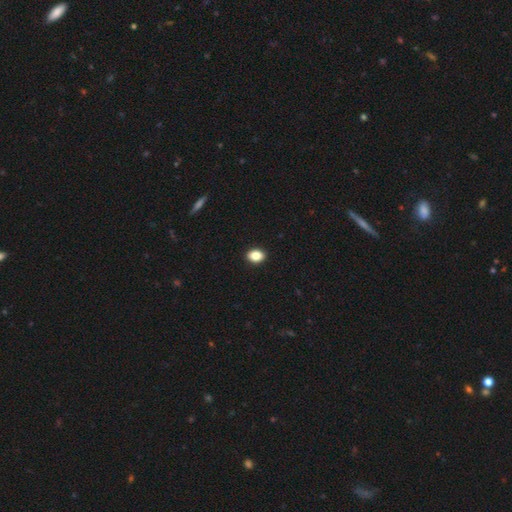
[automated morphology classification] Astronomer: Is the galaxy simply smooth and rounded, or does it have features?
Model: smooth — 86%.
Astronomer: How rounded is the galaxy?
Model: in between — 73%.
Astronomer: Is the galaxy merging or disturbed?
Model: none — 91%.